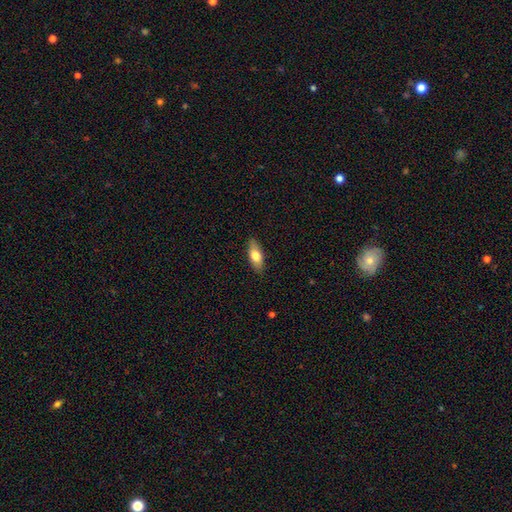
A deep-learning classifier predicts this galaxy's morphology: A smooth galaxy with no disk features (70%) that is in between round and cigar-shaped (73%). Merging: none (87%).